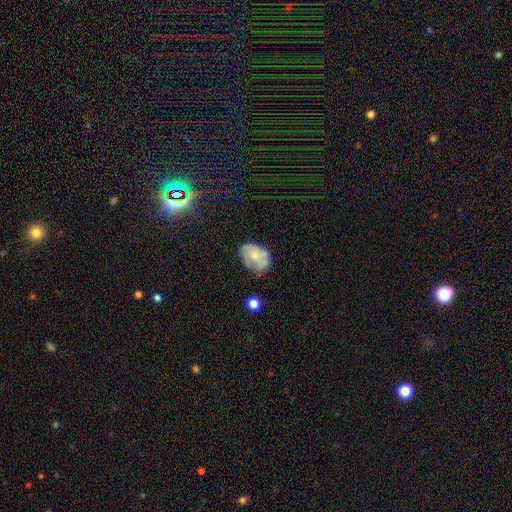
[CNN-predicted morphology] A smooth galaxy with no disk features (58%) that is in between round and cigar-shaped (75%).

Vote fractions:
- Smooth or featured? smooth: 58% / featured or disk: 34% / star or artifact: 9%
- How rounded? in between: 75% / round: 24% / cigar-shaped: 1%
- Merging? none: 59% / minor disturbance: 29% / major disturbance: 9% / merger: 3%